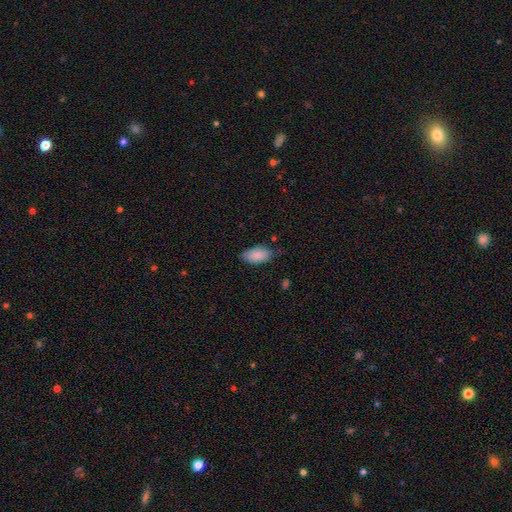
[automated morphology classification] This is clearly a smooth galaxy (87%). How rounded: clearly in between (94%). Merging: likely none (73%).